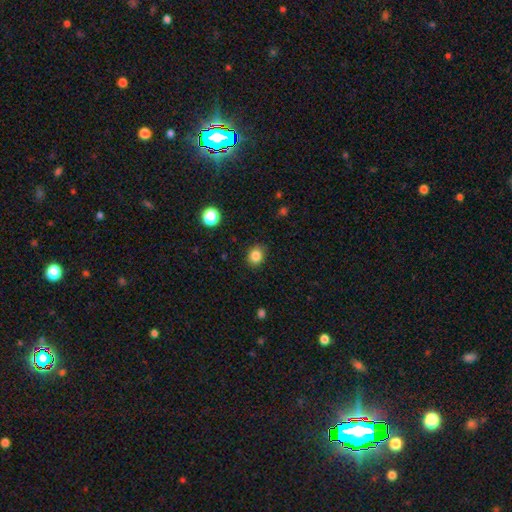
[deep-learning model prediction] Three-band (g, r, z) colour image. It shows a smooth galaxy with no disk features (84%) that is round (61%). Merging: none (88%).